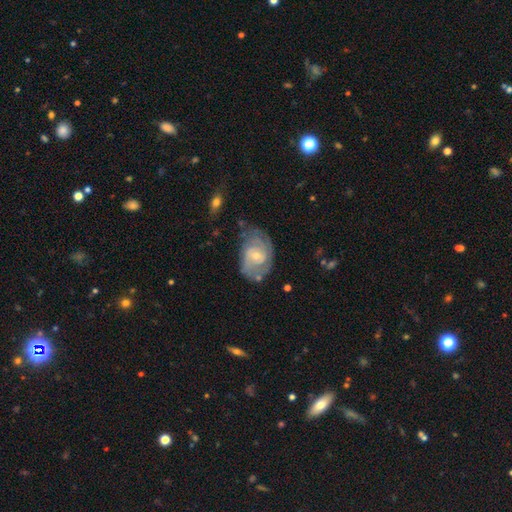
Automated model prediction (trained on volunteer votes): This appears to be a featured or disk galaxy (76%) with no bar (53%), 2 (44%) tight (51%) spiral arms (89%) and a small central bulge (57%). Merging: none (60%).